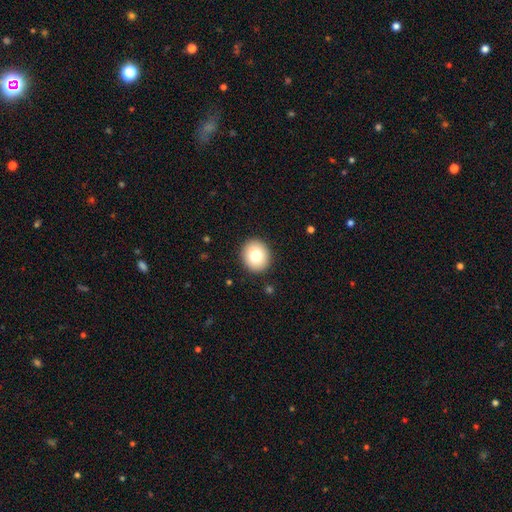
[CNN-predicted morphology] Smooth or featured? Predicted: smooth (p=0.77). How rounded? Predicted: round (p=0.78). Merging? Predicted: none (p=0.90).